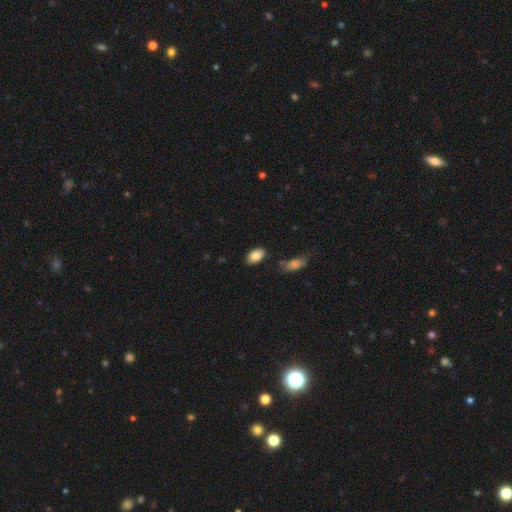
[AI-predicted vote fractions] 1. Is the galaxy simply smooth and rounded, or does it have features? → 86% smooth, 7% star or artifact, 7% featured or disk.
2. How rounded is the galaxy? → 92% in between, 7% round, 2% cigar-shaped.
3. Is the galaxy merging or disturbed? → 80% none, 13% minor disturbance, 4% merger, 3% major disturbance.